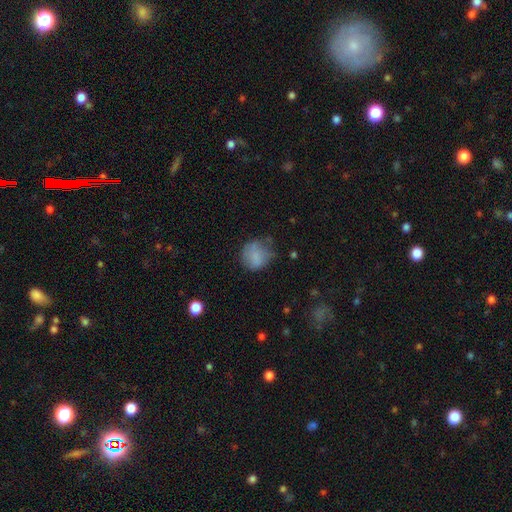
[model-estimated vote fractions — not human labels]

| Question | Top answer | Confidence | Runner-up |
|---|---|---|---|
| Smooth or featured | smooth | 76% | featured or disk (15%) |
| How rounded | round | 77% | in between (22%) |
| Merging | none | 48% | minor disturbance (31%) |